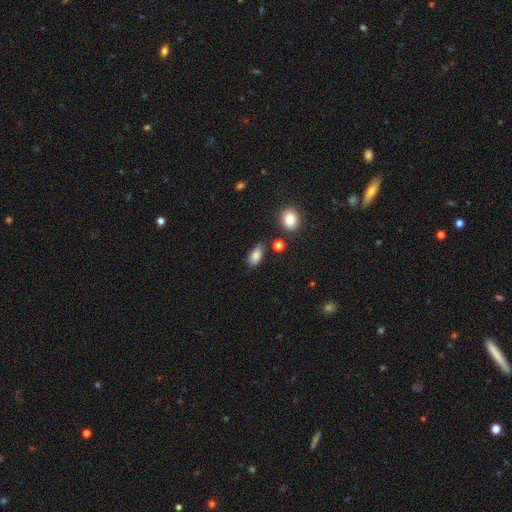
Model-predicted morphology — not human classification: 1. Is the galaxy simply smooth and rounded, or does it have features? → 85% smooth, 9% star or artifact, 6% featured or disk.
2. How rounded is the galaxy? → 89% in between, 6% round, 5% cigar-shaped.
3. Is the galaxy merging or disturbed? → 75% none, 17% minor disturbance, 4% merger, 4% major disturbance.